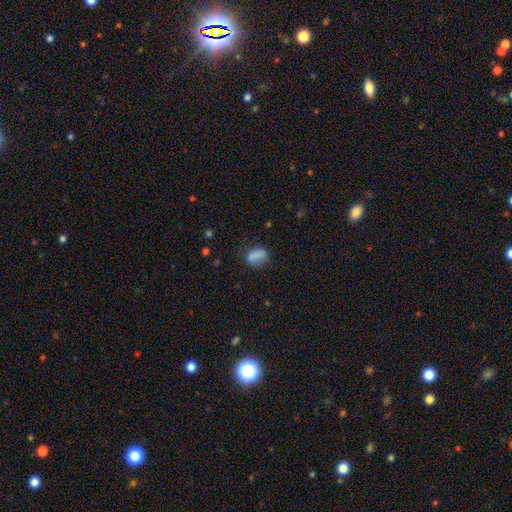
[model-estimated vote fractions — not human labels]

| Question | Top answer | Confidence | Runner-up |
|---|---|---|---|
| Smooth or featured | smooth | 82% | star or artifact (11%) |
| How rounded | in between | 77% | round (20%) |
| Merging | none | 69% | minor disturbance (21%) |